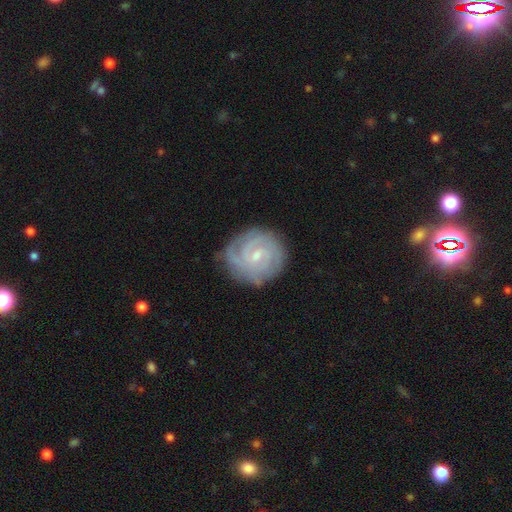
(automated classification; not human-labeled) featured or disk 82%, smooth 12%, star or artifact 6%. Down the decision tree: edge-on disk — no (98%); bar — weak (50%); spiral arms — yes (96%); spiral arm count — 2 (30%); spiral winding — tight (76%); bulge size — small (69%); merging — none (79%).